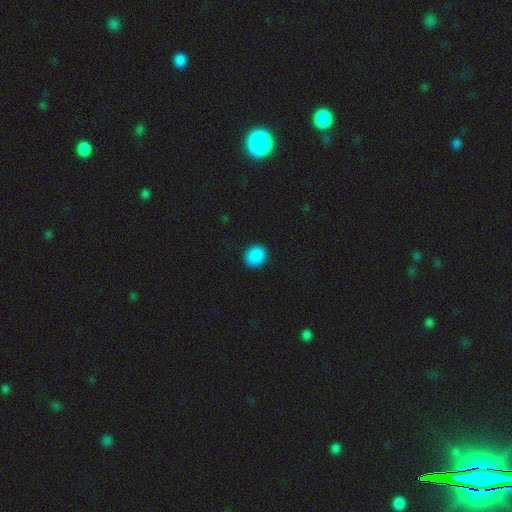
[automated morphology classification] Smooth or featured? smooth (89%)
How rounded? round (72%)
Merging? none (91%)